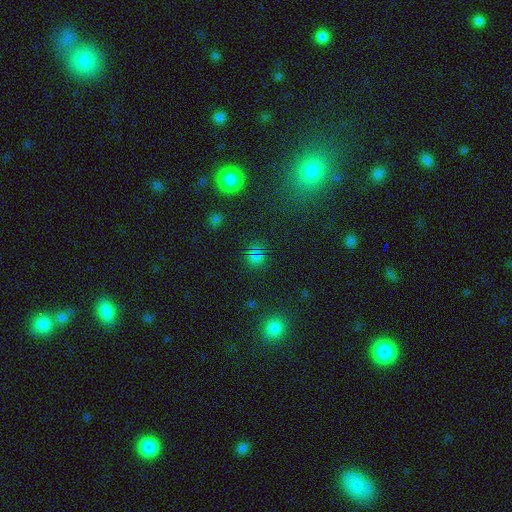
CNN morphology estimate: smooth_or_featured: smooth (p=0.57) [alt: star or artifact p=0.38]
how_rounded: round (p=0.87) [alt: in between p=0.12]
merging: none (p=0.85) [alt: minor disturbance p=0.09]